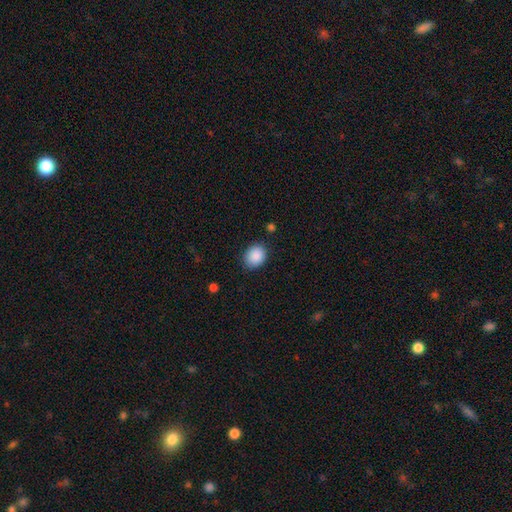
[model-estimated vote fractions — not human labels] Smooth or featured? smooth (89%)
How rounded? round (57%)
Merging? none (85%)